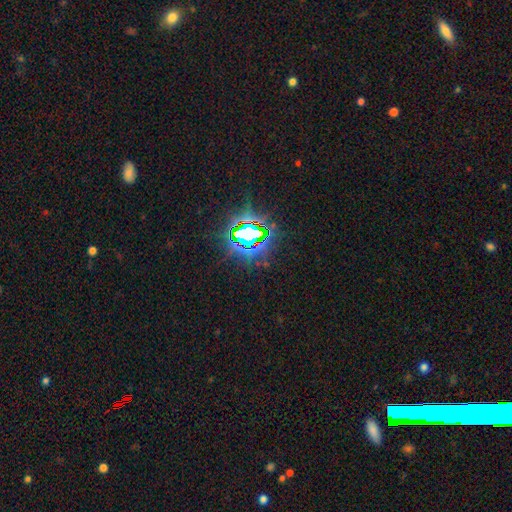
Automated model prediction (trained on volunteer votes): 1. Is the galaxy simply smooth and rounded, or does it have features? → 84% star or artifact, 10% smooth, 6% featured or disk.